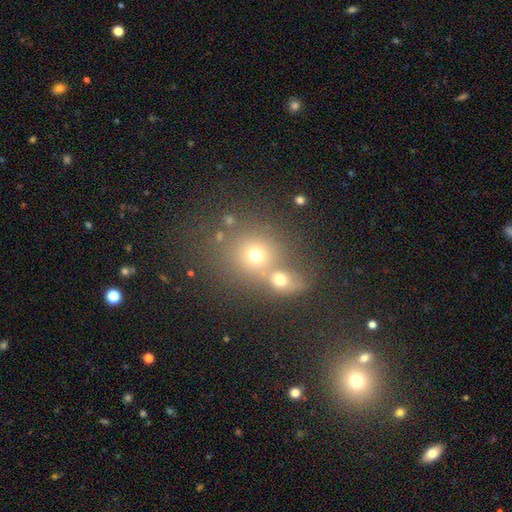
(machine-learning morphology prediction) Overall: smooth (58%; star or artifact 26%). How rounded: round (78%). Merging: merger (46%; none 43%).